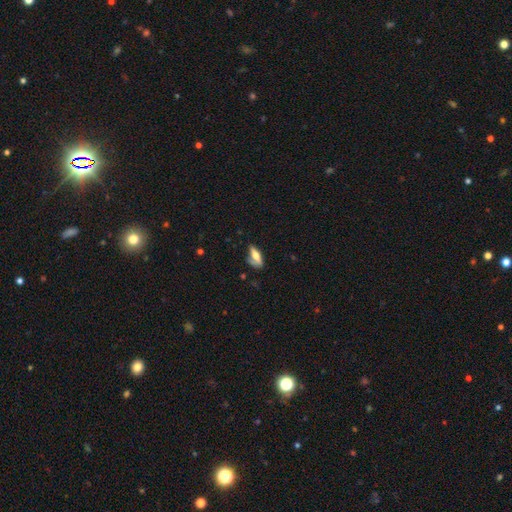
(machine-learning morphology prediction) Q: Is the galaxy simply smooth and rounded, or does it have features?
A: smooth — 57%.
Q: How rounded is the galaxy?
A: in between — 65%.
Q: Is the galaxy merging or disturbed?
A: none — 46%.